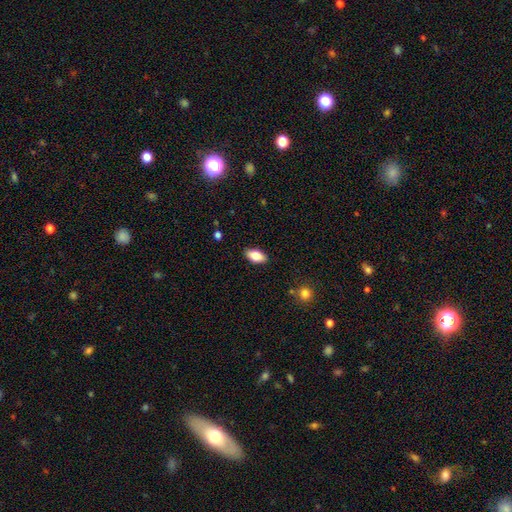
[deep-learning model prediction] smooth_or_featured: smooth (p=0.82) [alt: featured or disk p=0.11]
how_rounded: in between (p=0.91) [alt: cigar-shaped p=0.05]
merging: none (p=0.88) [alt: minor disturbance p=0.09]